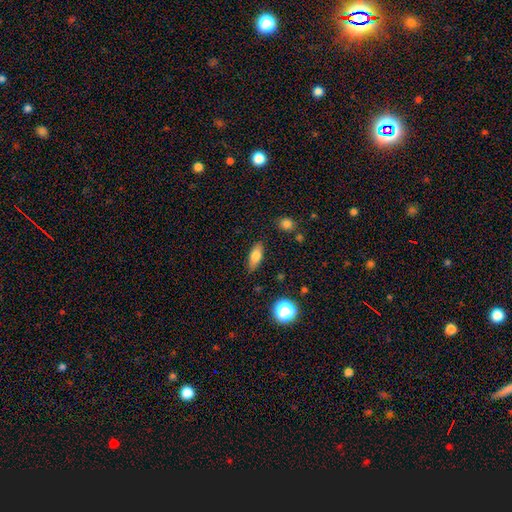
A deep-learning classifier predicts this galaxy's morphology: type=smooth (74%); roundness=in between (73%); merging=none (84%).